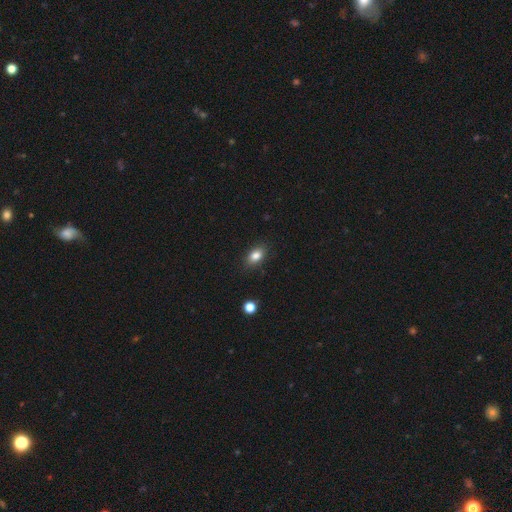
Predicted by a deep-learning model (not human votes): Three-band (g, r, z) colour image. It shows a smooth galaxy with no disk features (83%) that is in between round and cigar-shaped (85%). Merging: none (86%).